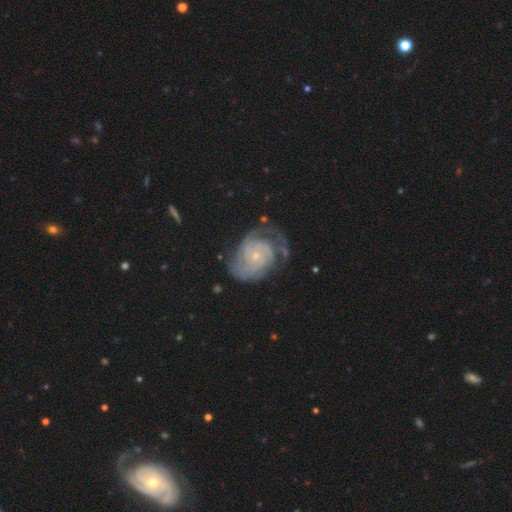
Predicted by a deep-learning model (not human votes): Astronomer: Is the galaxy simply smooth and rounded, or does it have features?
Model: featured or disk — 88%.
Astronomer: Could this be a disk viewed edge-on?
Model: no — 98%.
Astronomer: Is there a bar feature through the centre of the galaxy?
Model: no — 75%.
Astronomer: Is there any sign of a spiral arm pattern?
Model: yes — 97%.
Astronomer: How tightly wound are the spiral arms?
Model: tight — 65%.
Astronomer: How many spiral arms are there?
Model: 2 — 36% (runner-up: 3, 23%).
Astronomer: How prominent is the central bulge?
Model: small — 81%.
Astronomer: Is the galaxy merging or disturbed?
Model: none — 58%.